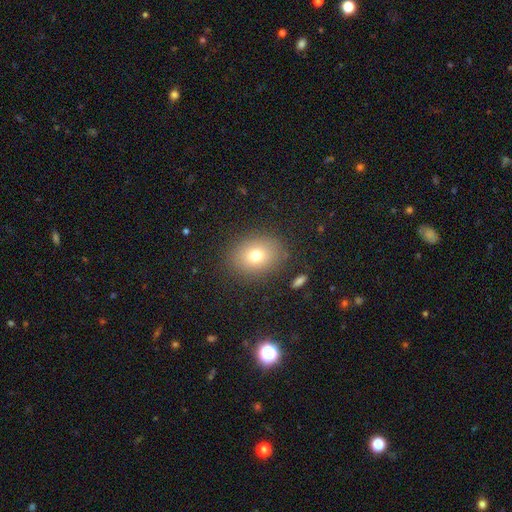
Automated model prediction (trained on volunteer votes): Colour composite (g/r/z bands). It shows a smooth galaxy with no disk features (75%) that is round (51%). Merging: none (85%).